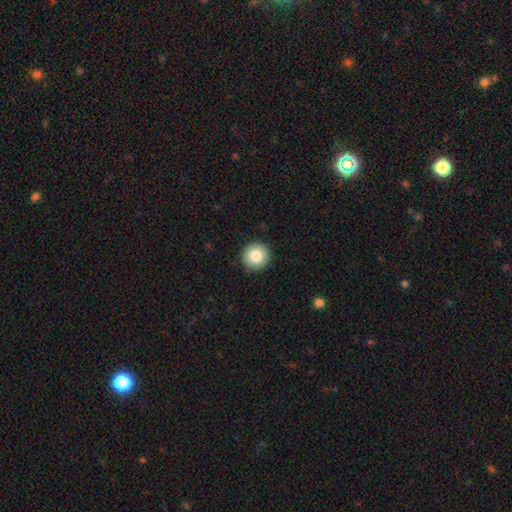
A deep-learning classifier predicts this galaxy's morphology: Smooth or featured?
  - smooth: 85% *
  - star or artifact: 8%
  - featured or disk: 6%
How rounded?
  - round: 95% *
  - in between: 4%
  - cigar-shaped: 1%
Merging?
  - none: 90% *
  - minor disturbance: 7%
  - major disturbance: 2%
  - merger: 1%